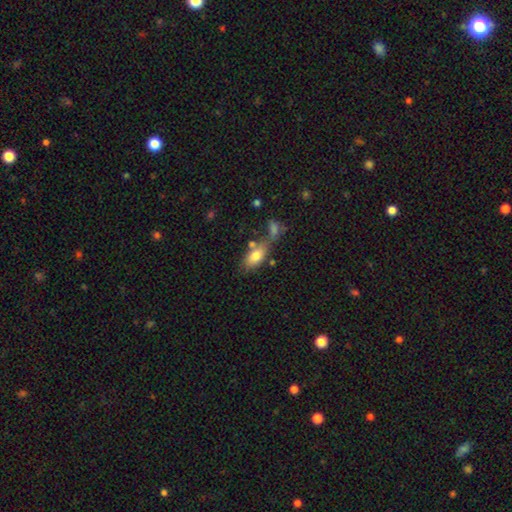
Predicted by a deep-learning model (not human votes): The model was most divided on "merging": none: 50%, merger: 26%, minor disturbance: 17%, major disturbance: 7%. More confident: how rounded — in between (88%); smooth or featured — smooth (76%).